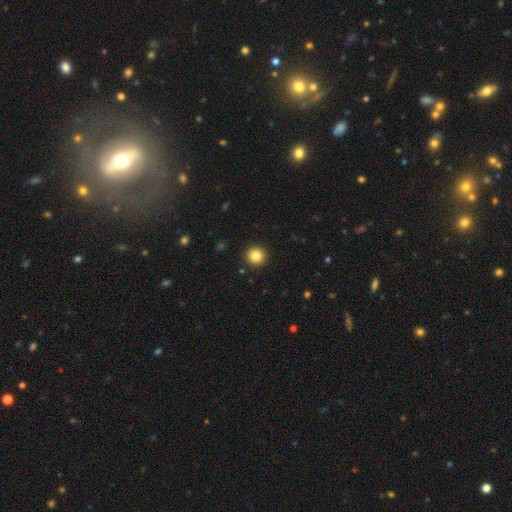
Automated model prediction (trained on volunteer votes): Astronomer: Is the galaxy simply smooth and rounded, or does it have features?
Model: smooth — 84%.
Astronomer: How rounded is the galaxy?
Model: round — 94%.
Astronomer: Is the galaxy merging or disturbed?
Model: none — 93%.